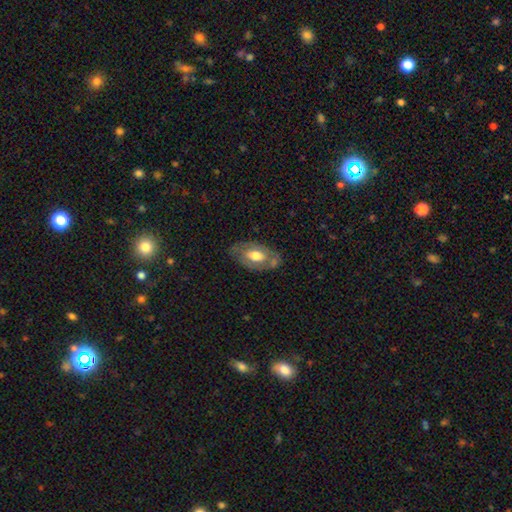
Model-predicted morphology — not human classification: A featured or disk galaxy (49%). Merging: none (67%).